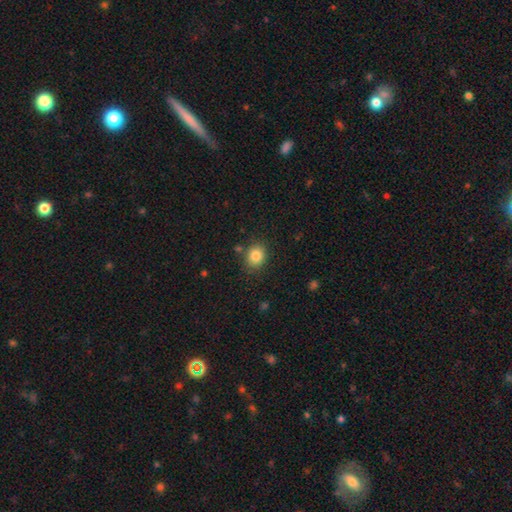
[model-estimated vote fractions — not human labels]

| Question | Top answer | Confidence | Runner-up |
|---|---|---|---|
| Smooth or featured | smooth | 85% | star or artifact (10%) |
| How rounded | round | 60% | in between (39%) |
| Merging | none | 83% | minor disturbance (11%) |